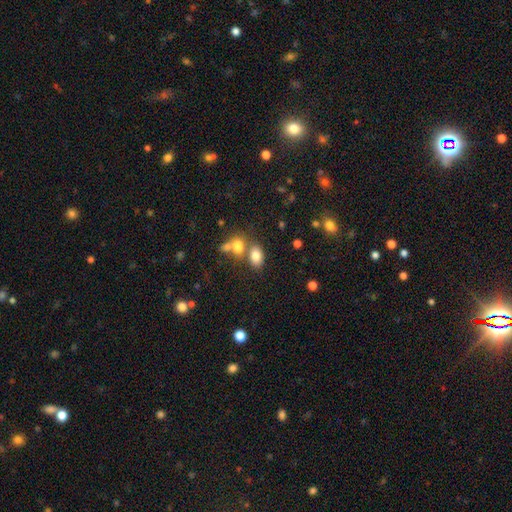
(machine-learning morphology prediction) smooth_or_featured: smooth (p=0.80) [alt: featured or disk p=0.10]
how_rounded: in between (p=0.85) [alt: round p=0.13]
merging: none (p=0.53) [alt: merger p=0.32]